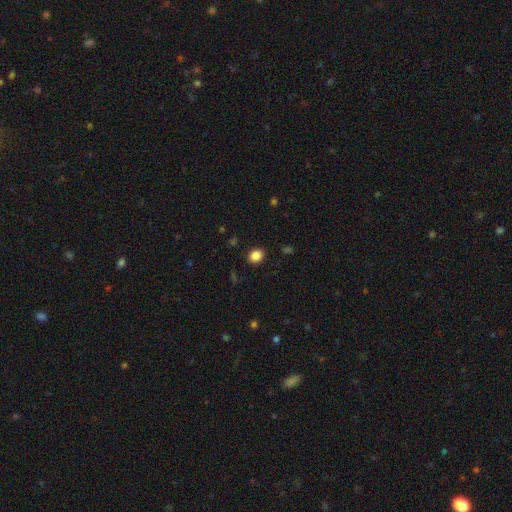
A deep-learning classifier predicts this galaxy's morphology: Smooth or featured? smooth (86%)
How rounded? round (52%)
Merging? none (90%)